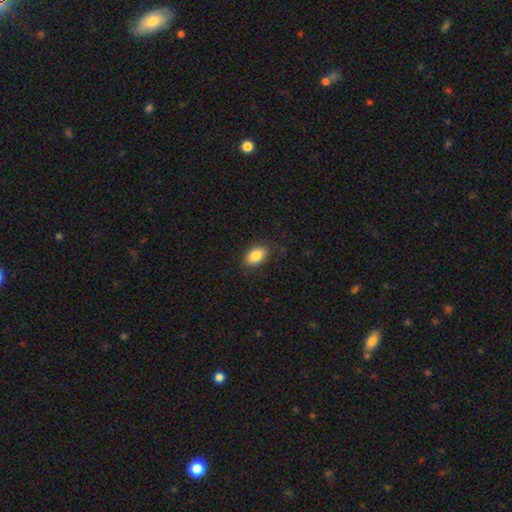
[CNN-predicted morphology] This is clearly a smooth galaxy (85%). How rounded: clearly in between (90%). Merging: clearly none (82%).